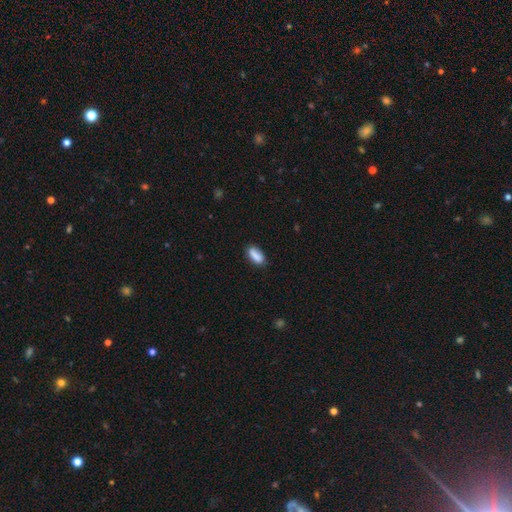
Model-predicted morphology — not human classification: type=smooth (85%); roundness=in between (80%); merging=none (77%).